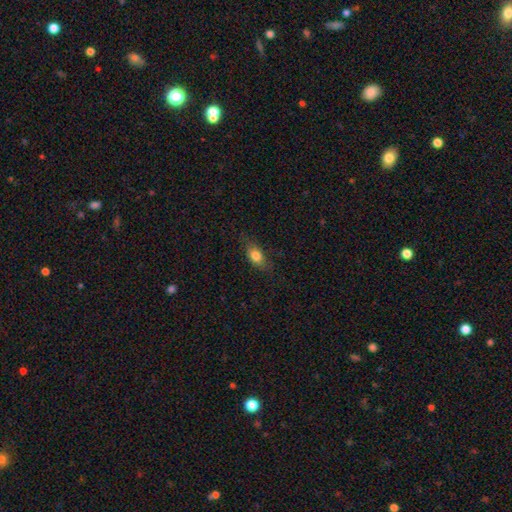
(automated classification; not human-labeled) A smooth galaxy with no disk features (78%) that is in between round and cigar-shaped (79%). Merging: none (75%).